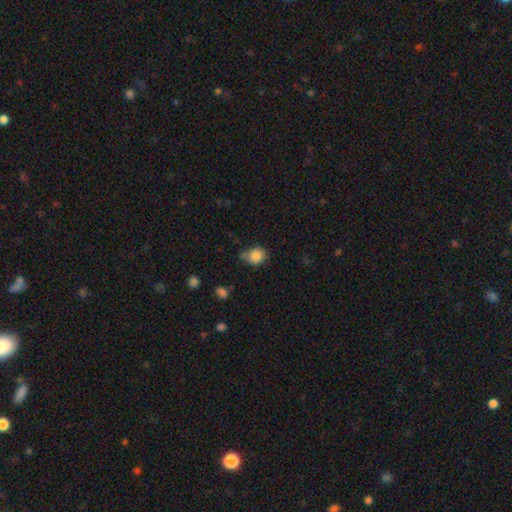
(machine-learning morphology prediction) Overall: smooth (85%). How rounded: round (71%). Merging: none (56%; minor disturbance 28%).